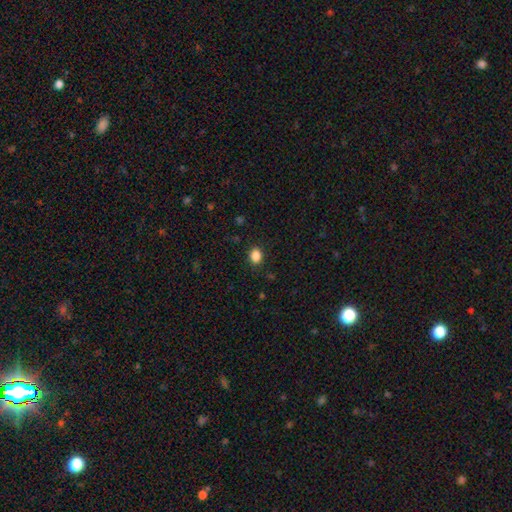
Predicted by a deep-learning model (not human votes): A smooth galaxy with no disk features (87%) that is in between round and cigar-shaped (57%).

Vote fractions:
- Smooth or featured? smooth: 87% / star or artifact: 10% / featured or disk: 3%
- How rounded? in between: 57% / round: 42% / cigar-shaped: 1%
- Merging? none: 88% / minor disturbance: 9% / major disturbance: 3% / merger: 1%